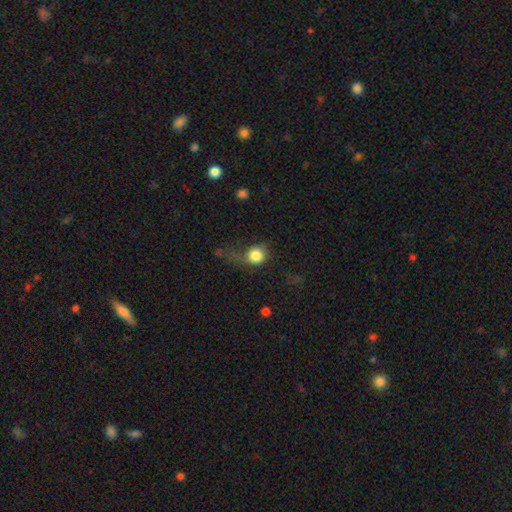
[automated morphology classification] Smooth or featured? smooth (80%)
How rounded? round (87%)
Merging? none (41%)